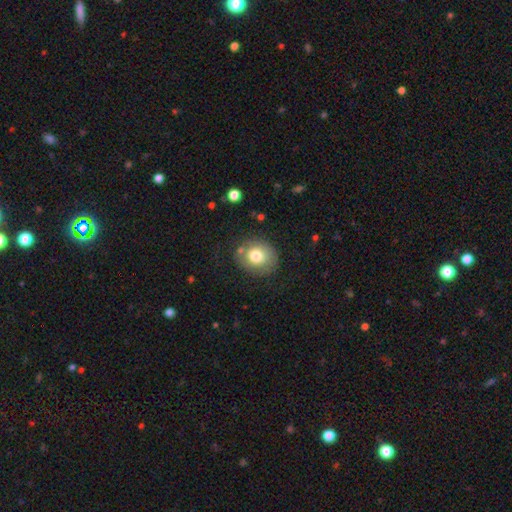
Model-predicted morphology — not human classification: A smooth galaxy with no disk features (74%) that is round (71%). Merging: none (73%).